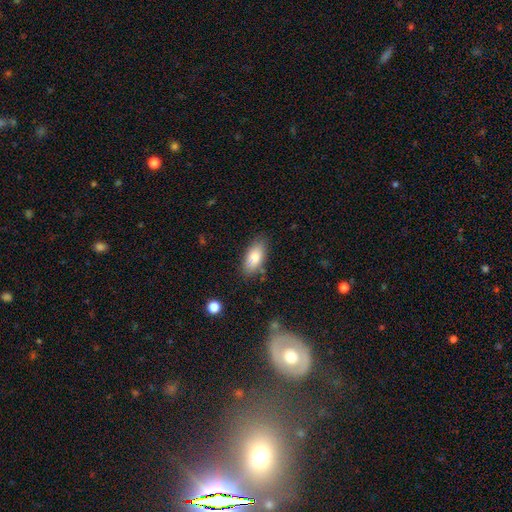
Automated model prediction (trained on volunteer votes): Smooth or featured?
  - smooth: 81% *
  - featured or disk: 12%
  - star or artifact: 7%
How rounded?
  - in between: 87% *
  - cigar-shaped: 10%
  - round: 3%
Merging?
  - none: 81% *
  - minor disturbance: 14%
  - major disturbance: 3%
  - merger: 3%